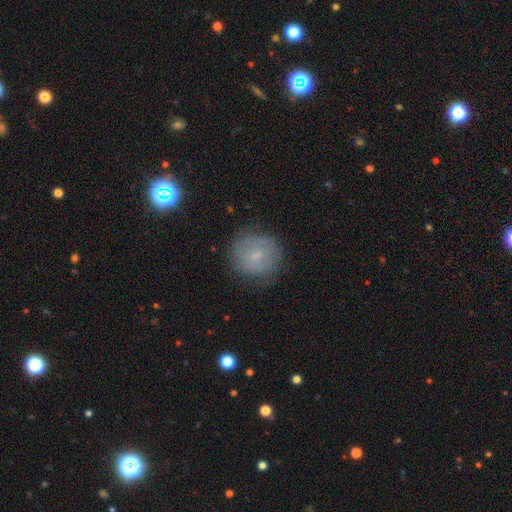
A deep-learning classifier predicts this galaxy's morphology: This appears to be a smooth galaxy with no disk features (61%) that is round (91%). Merging: none (76%).